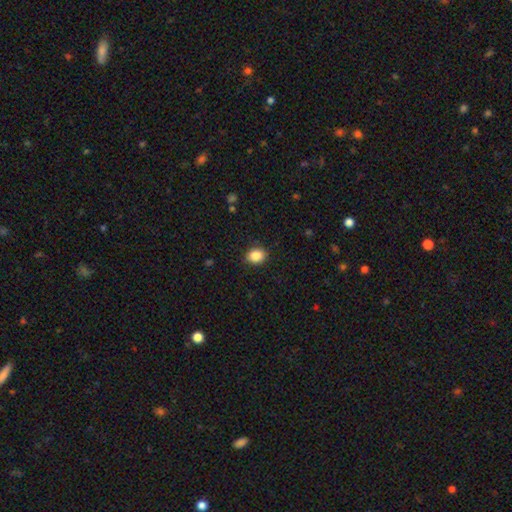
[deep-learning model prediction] This is clearly a smooth galaxy (86%). How rounded: possibly round (54%). Merging: clearly none (88%).